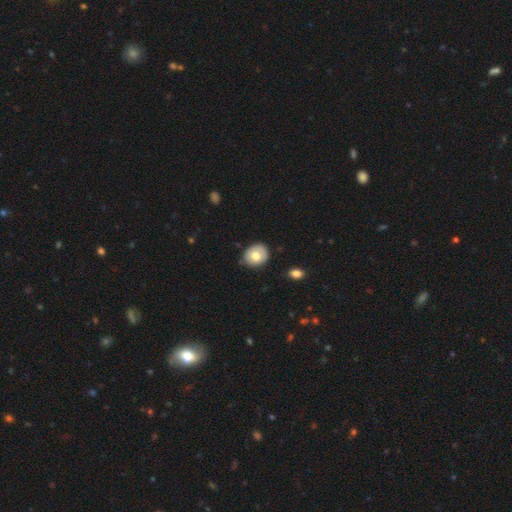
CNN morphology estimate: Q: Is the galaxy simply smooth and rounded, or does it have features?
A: smooth — 71%.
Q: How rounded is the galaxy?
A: round — 72%.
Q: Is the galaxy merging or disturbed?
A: none — 78%.